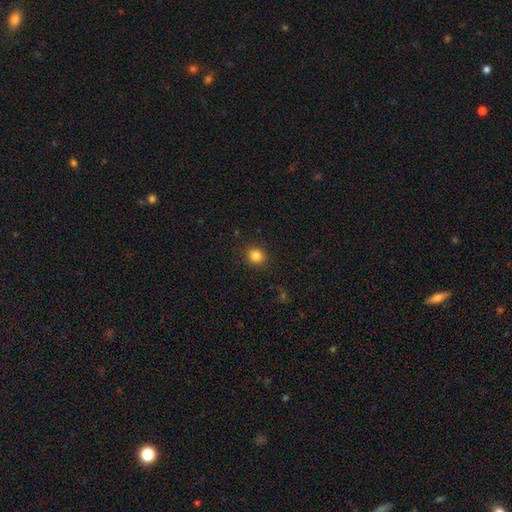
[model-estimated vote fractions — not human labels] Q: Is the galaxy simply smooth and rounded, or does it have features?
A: smooth — 84%.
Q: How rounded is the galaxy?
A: round — 84%.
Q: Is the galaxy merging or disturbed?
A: none — 91%.